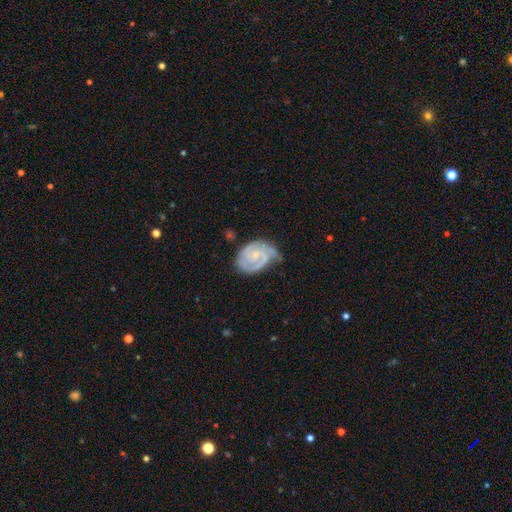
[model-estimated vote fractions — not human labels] Q: Smooth or featured?
A: featured or disk (85%); runner-up: smooth (10%)
Q: Edge-on disk?
A: no (98%); runner-up: yes (2%)
Q: Bar?
A: no (64%); runner-up: weak (30%)
Q: Spiral arms?
A: yes (97%); runner-up: no (3%)
Q: Spiral winding?
A: tight (63%); runner-up: medium (31%)
Q: Spiral arm count?
A: 2 (60%); runner-up: 3 (17%)
Q: Bulge size?
A: small (69%); runner-up: moderate (26%)
Q: Merging?
A: none (59%); runner-up: minor disturbance (29%)